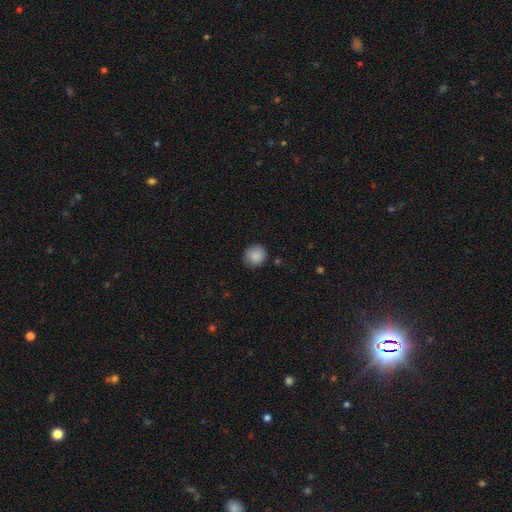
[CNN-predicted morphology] The model was most divided on "merging": none: 87%, minor disturbance: 10%, major disturbance: 2%, merger: 1%. More confident: how rounded — round (89%); smooth or featured — smooth (88%).